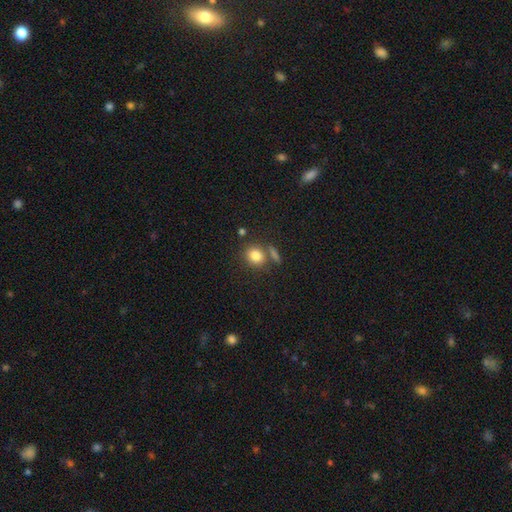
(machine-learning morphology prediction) Smooth or featured: smooth — 82% (star or artifact — 11%)
How rounded: round — 68% (in between — 30%)
Merging: none — 67% (merger — 17%)